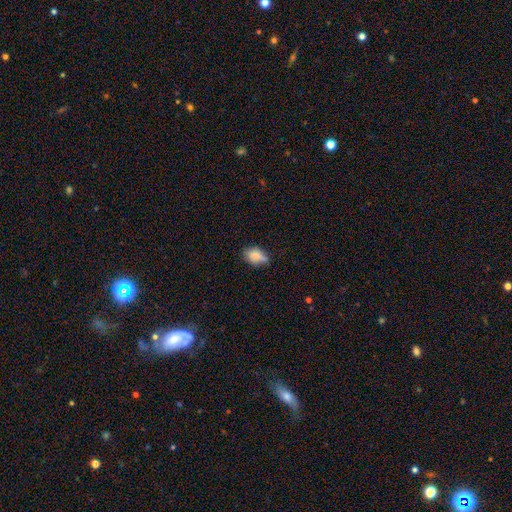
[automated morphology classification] The model was most divided on "merging": none: 50%, minor disturbance: 37%, major disturbance: 9%, merger: 4%. More confident: how rounded — in between (86%); smooth or featured — smooth (77%).